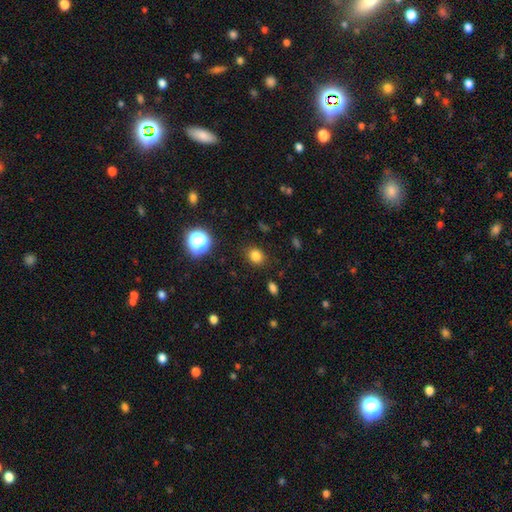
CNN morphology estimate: smooth 80%, star or artifact 14%, featured or disk 5%. Down the decision tree: how rounded — round (62%); merging — none (87%).